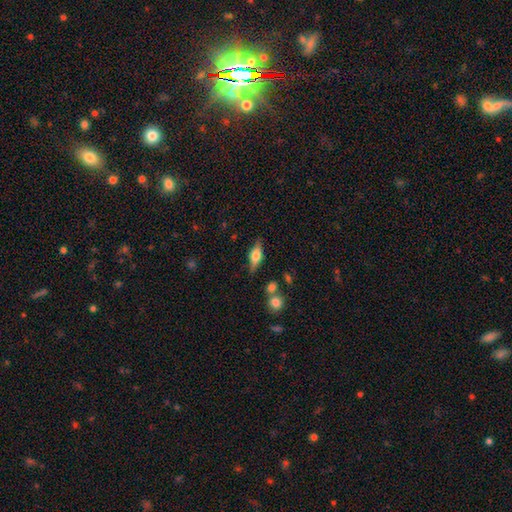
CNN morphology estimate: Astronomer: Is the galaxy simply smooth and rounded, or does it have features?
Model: featured or disk — 52% (runner-up: smooth, 41%).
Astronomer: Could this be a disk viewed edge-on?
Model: yes — 92%.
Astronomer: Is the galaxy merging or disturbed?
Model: none — 79%.